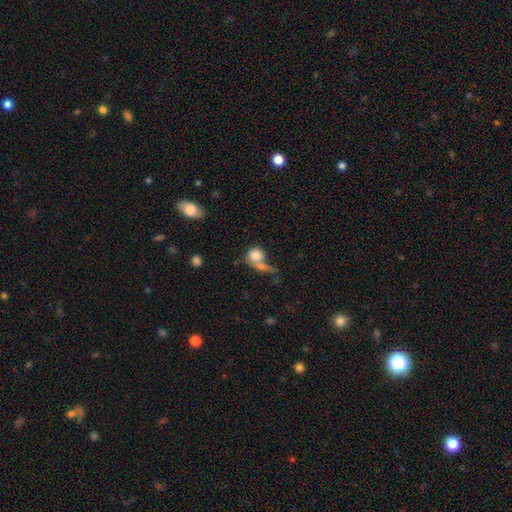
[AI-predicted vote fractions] A smooth galaxy with no disk features (77%) that is round (78%). Merging: merger (42%).